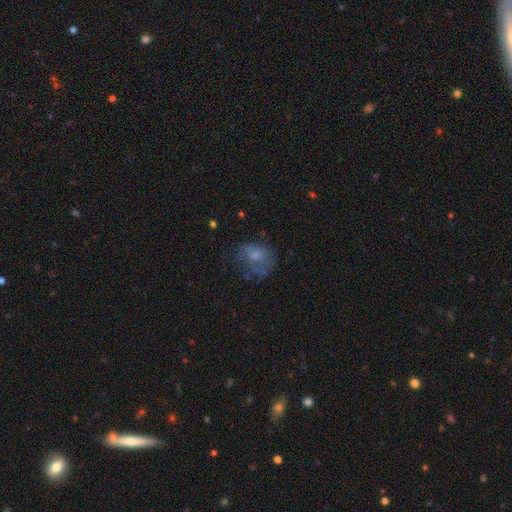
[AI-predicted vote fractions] Smooth or featured? Predicted: smooth (p=0.49). Merging? Predicted: none (p=0.43).